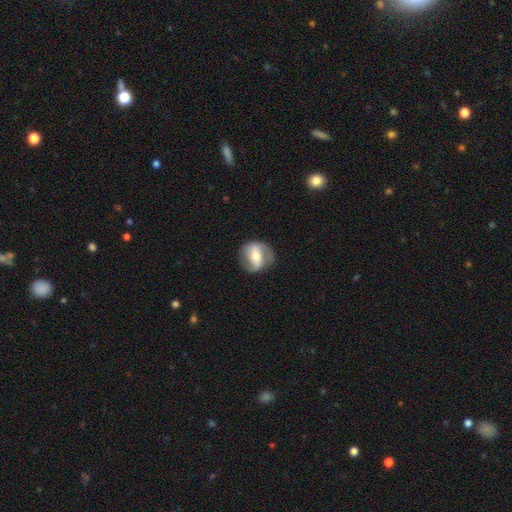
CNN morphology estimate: Overall: featured or disk (70%). Edge-on disk: no (95%). Bar: strong (52%; weak 30%). Spiral arms: yes (78%). Spiral arm count: 2 (84%). Spiral winding: medium (43%; tight 32%). Bulge size: moderate (60%; small 30%). Merging: none (79%).